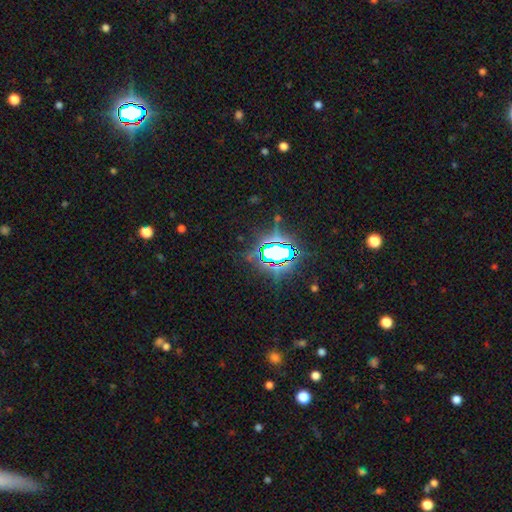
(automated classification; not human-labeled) This is clearly a star or artifact rather than a galaxy (81%).